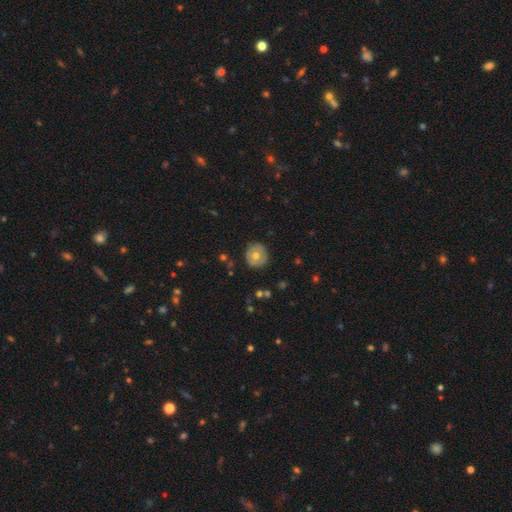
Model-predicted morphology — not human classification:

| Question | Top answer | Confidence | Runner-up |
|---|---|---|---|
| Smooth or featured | smooth | 62% | featured or disk (30%) |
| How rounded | round | 93% | in between (6%) |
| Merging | none | 87% | minor disturbance (9%) |